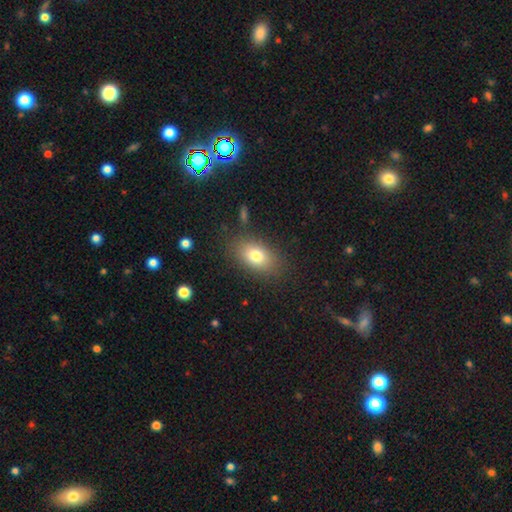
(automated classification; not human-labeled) The model was most divided on "smooth or featured": smooth: 78%, featured or disk: 13%, star or artifact: 9%. More confident: how rounded — in between (85%); merging — none (83%).